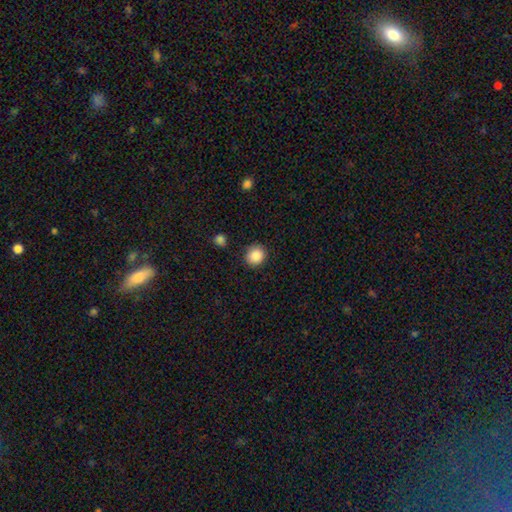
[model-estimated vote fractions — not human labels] A smooth galaxy with no disk features (88%) that is round (85%). Merging: none (88%).